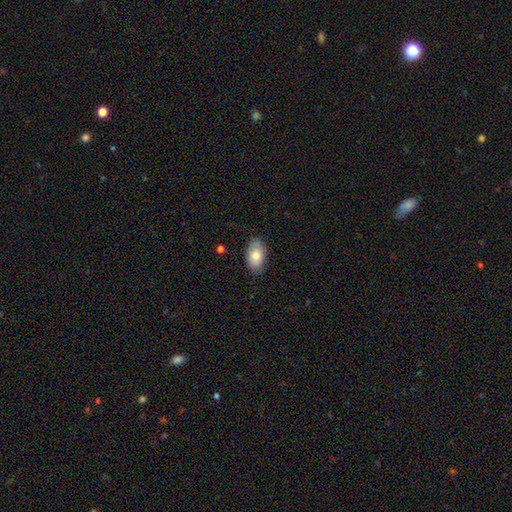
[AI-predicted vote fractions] smooth-or-featured: smooth: 78% | featured or disk: 16% | star or artifact: 6%
  how-rounded: in between: 92% | round: 6% | cigar-shaped: 2%
  merging: none: 81% | minor disturbance: 15% | major disturbance: 3% | merger: 1%